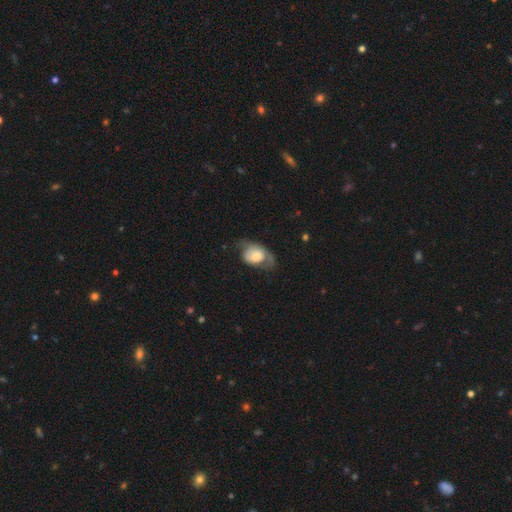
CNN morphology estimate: Smooth or featured?
  - smooth: 53% *
  - featured or disk: 40%
  - star or artifact: 7%
How rounded?
  - in between: 74% *
  - round: 25%
  - cigar-shaped: 1%
Merging?
  - none: 38% *
  - minor disturbance: 31%
  - major disturbance: 29%
  - merger: 2%